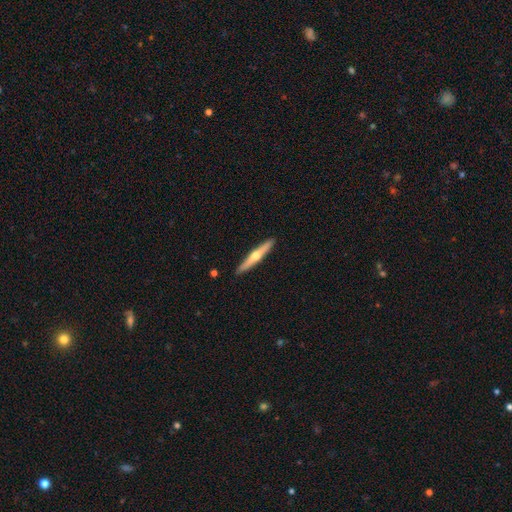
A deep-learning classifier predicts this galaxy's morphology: smooth-or-featured: featured or disk: 59% | smooth: 36% | star or artifact: 5%
  disk-edge-on: yes: 96% | no: 4%
    edge-on-bulge: rounded: 90% | none: 8% | boxy: 2%
  merging: none: 91% | minor disturbance: 6% | major disturbance: 1% | merger: 1%